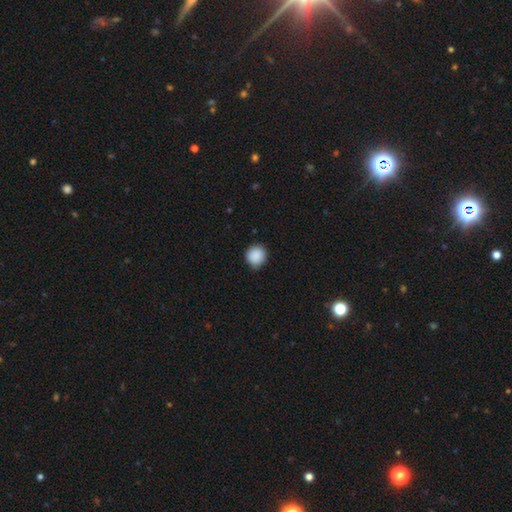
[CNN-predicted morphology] This is clearly a smooth galaxy (90%). How rounded: clearly round (91%). Merging: clearly none (87%).